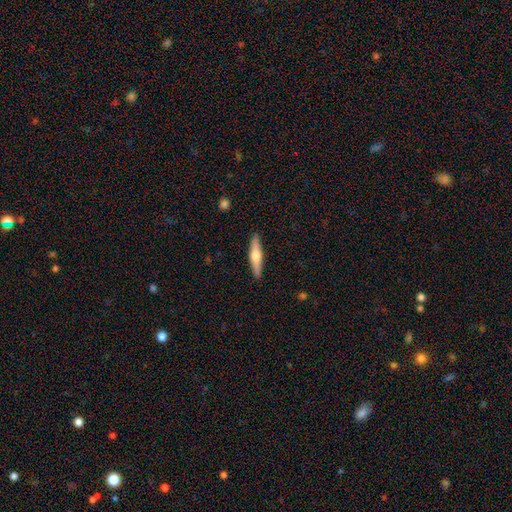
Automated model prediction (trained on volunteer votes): A featured or disk galaxy (50%) viewed edge-on (95%). Merging: none (91%).